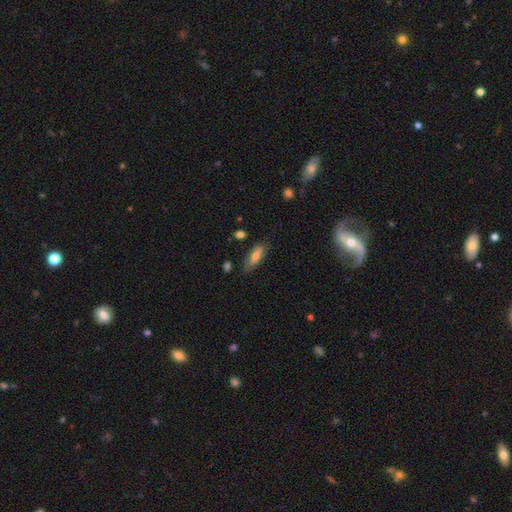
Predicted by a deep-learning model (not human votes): A smooth galaxy with no disk features (63%) that is in between round and cigar-shaped (66%). Merging: none (75%).